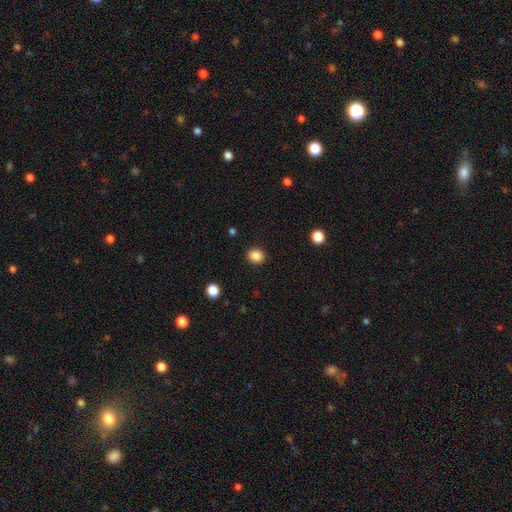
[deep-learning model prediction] The model was most divided on "how rounded": round: 73%, in between: 26%, cigar-shaped: 1%. More confident: merging — none (91%); smooth or featured — smooth (87%).